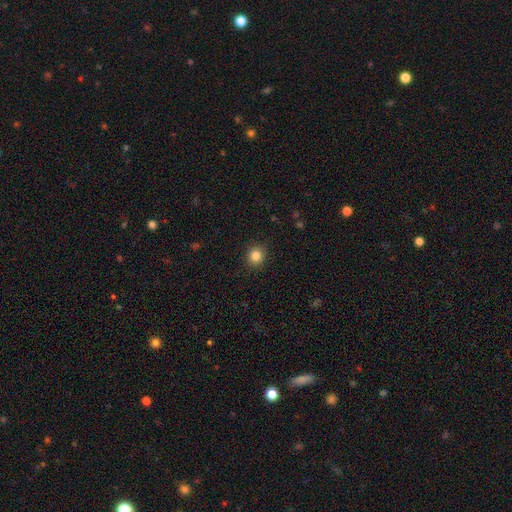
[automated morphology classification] This appears to be a smooth galaxy with no disk features (84%) that is round (89%). Merging: none (91%).